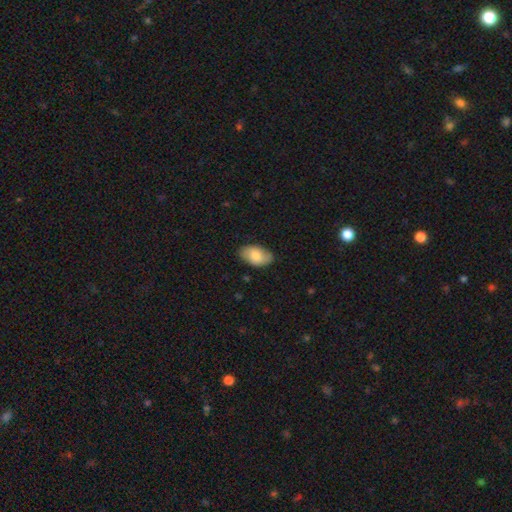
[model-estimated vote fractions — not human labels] smooth_or_featured: smooth (p=0.77) [alt: featured or disk p=0.17]
how_rounded: in between (p=0.93) [alt: round p=0.05]
merging: none (p=0.80) [alt: minor disturbance p=0.16]